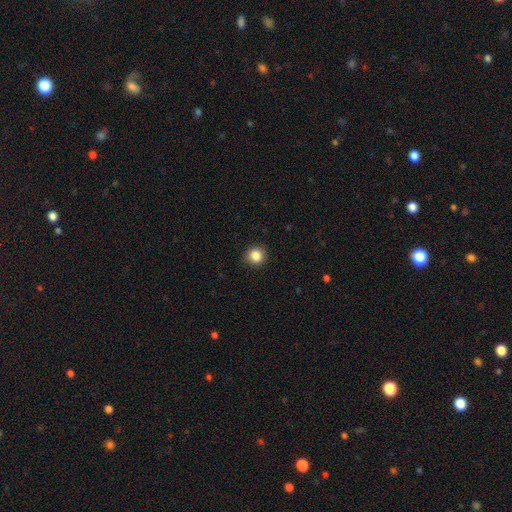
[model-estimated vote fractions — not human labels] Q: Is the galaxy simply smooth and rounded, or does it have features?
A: smooth — 86%.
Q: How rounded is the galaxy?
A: round — 90%.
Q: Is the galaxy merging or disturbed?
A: none — 91%.